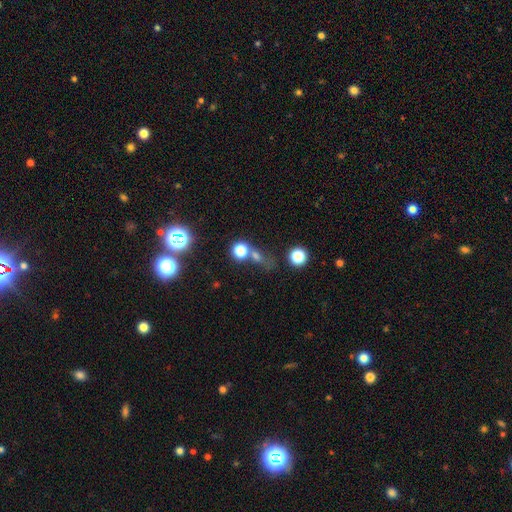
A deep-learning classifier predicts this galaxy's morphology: Smooth or featured: smooth — 65% (star or artifact — 25%)
How rounded: round — 76% (in between — 21%)
Merging: none — 48% (merger — 32%)